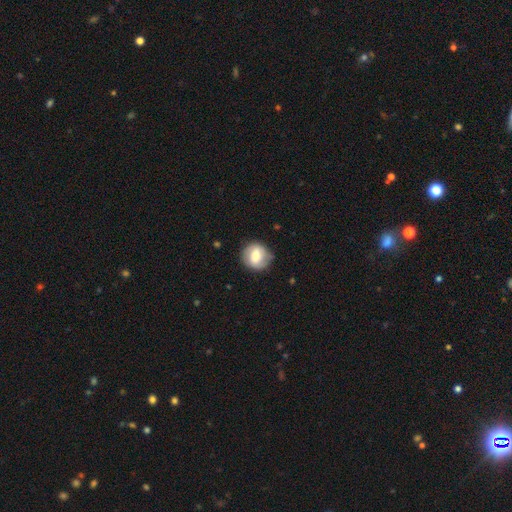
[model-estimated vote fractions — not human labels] This appears to be a smooth galaxy with no disk features (61%) that is round (82%). Merging: none (79%).